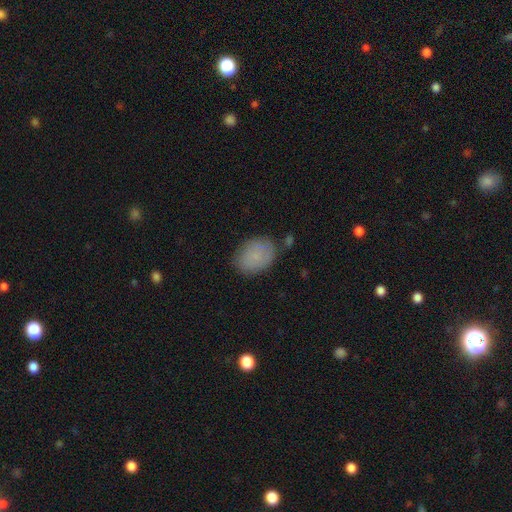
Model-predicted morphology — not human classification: Smooth or featured: smooth — 78% (featured or disk — 14%)
How rounded: in between — 73% (round — 25%)
Merging: none — 77% (minor disturbance — 16%)